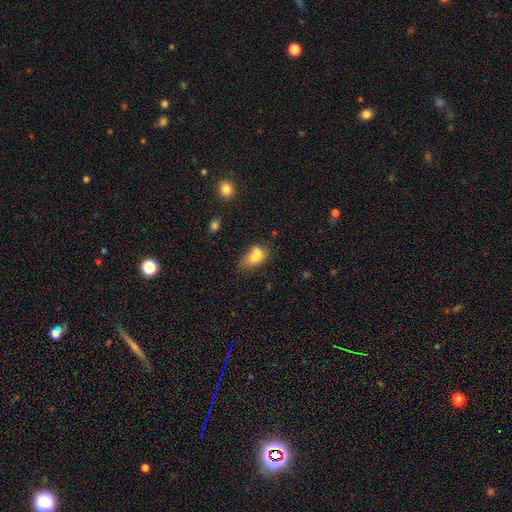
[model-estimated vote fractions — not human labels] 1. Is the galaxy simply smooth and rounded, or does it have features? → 70% smooth, 19% featured or disk, 10% star or artifact.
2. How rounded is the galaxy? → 76% in between, 20% round, 4% cigar-shaped.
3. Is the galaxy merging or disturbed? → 51% merger, 24% none, 15% minor disturbance, 10% major disturbance.